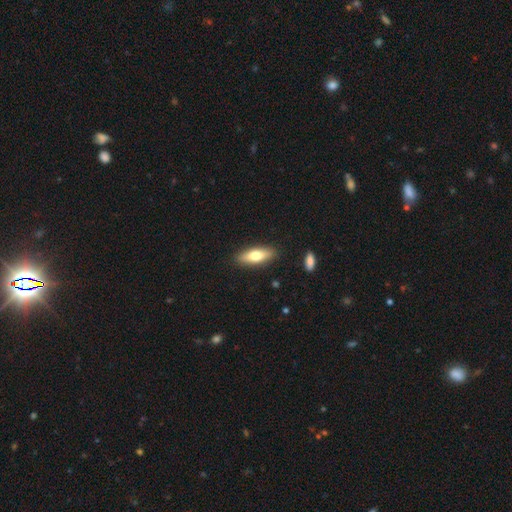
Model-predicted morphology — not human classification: Smooth or featured: smooth — 68% (featured or disk — 26%)
How rounded: in between — 57% (cigar-shaped — 40%)
Merging: none — 88% (minor disturbance — 9%)